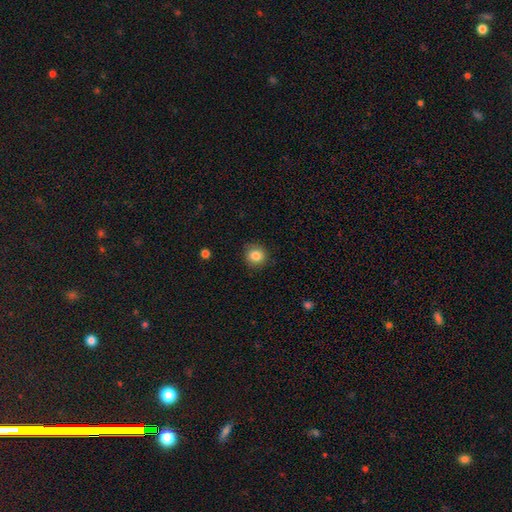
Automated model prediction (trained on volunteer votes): The model was most divided on "smooth or featured": smooth: 85%, star or artifact: 10%, featured or disk: 6%. More confident: how rounded — round (89%); merging — none (86%).